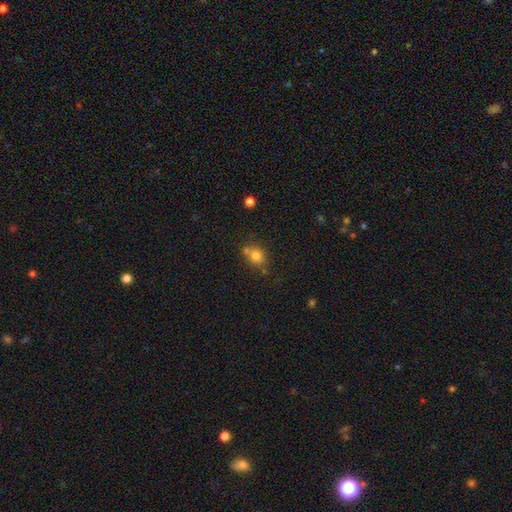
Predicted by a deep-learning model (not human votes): Overall: smooth (77%). How rounded: round (66%; in between 33%). Merging: none (57%; merger 26%).